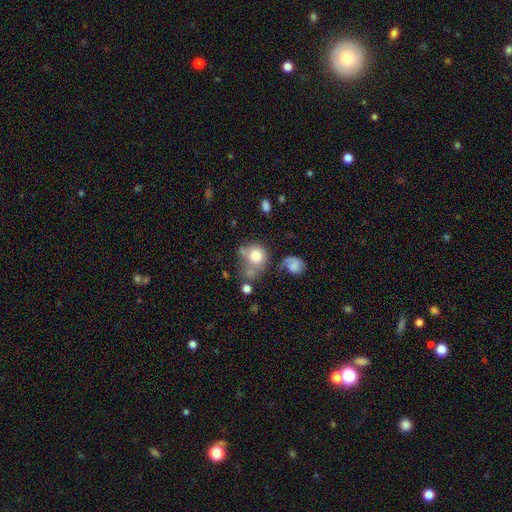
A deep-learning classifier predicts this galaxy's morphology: This appears to be a smooth galaxy with no disk features (72%) that is round (76%). Merging: none (34%).